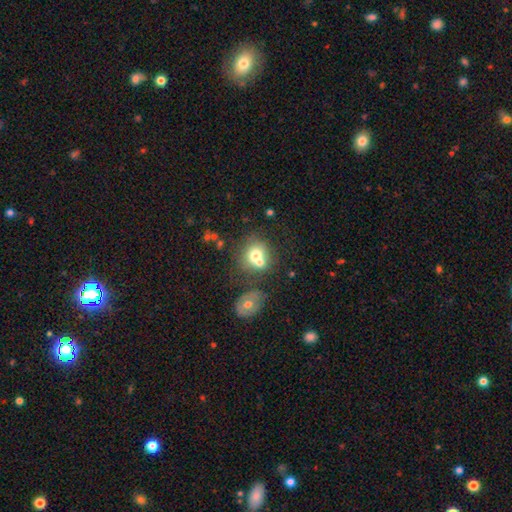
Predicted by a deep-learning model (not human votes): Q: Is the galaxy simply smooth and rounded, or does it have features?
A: smooth — 68%.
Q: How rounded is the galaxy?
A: round — 73%.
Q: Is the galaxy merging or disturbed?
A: merger — 46%.